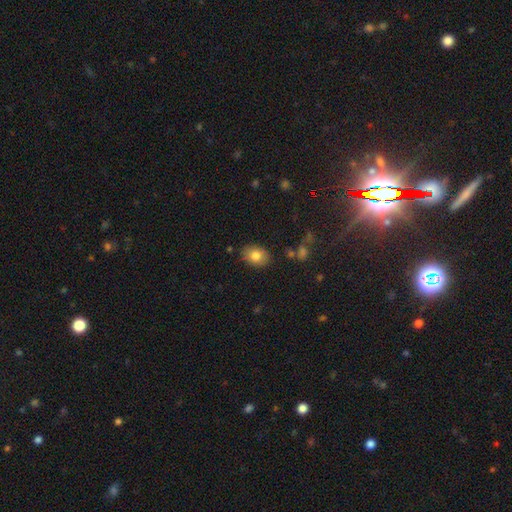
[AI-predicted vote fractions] This appears to be a smooth galaxy with no disk features (80%) that is in between round and cigar-shaped (71%). Merging: none (83%).